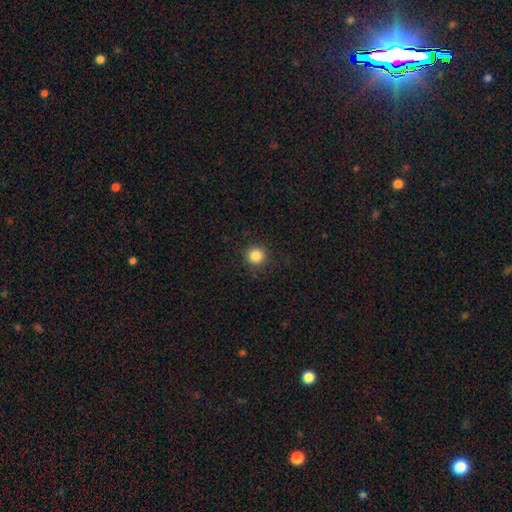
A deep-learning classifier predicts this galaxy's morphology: smooth-or-featured: smooth: 85% | star or artifact: 11% | featured or disk: 4%
  how-rounded: round: 94% | in between: 5% | cigar-shaped: 1%
  merging: none: 90% | minor disturbance: 7% | major disturbance: 2% | merger: 1%